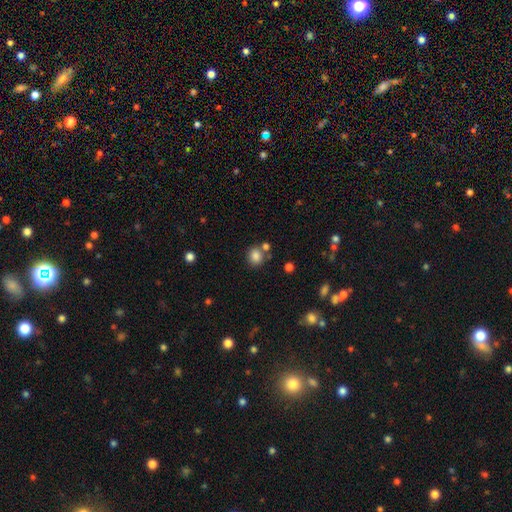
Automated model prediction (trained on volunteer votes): Smooth or featured: smooth — 83% (star or artifact — 11%)
How rounded: round — 70% (in between — 29%)
Merging: none — 69% (merger — 16%)